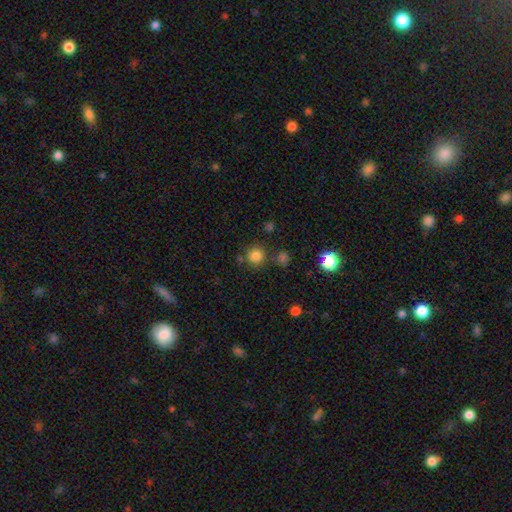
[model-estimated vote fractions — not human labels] A smooth galaxy with no disk features (82%) that is round (92%).

Vote fractions:
- Smooth or featured? smooth: 82% / star or artifact: 13% / featured or disk: 5%
- How rounded? round: 92% / in between: 7% / cigar-shaped: 1%
- Merging? none: 79% / minor disturbance: 9% / merger: 8% / major disturbance: 4%